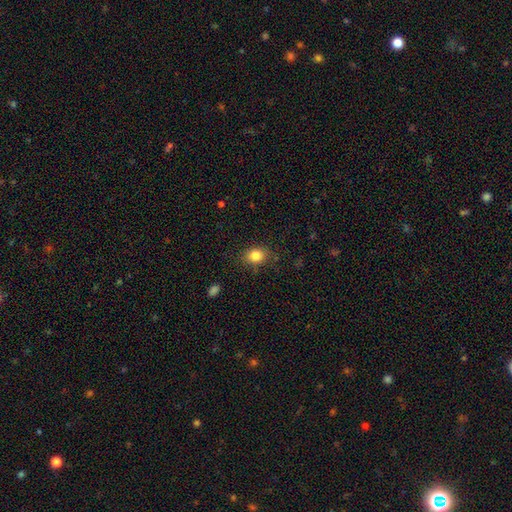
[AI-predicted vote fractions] Smooth or featured: smooth — 83% (star or artifact — 10%)
How rounded: in between — 51% (round — 48%)
Merging: none — 81% (minor disturbance — 14%)